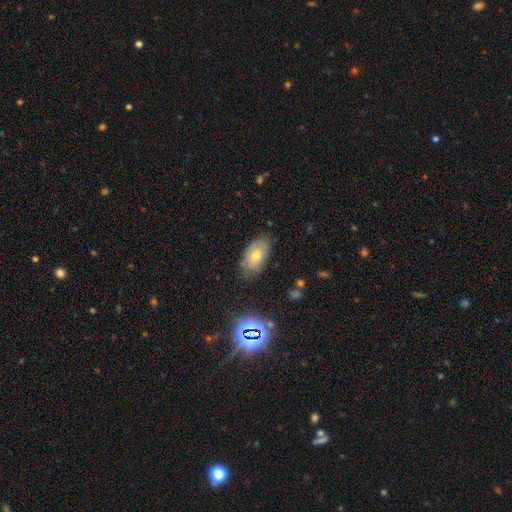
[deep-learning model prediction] Smooth or featured? Predicted: smooth (p=0.59). How rounded? Predicted: in between (p=0.92). Merging? Predicted: none (p=0.72).